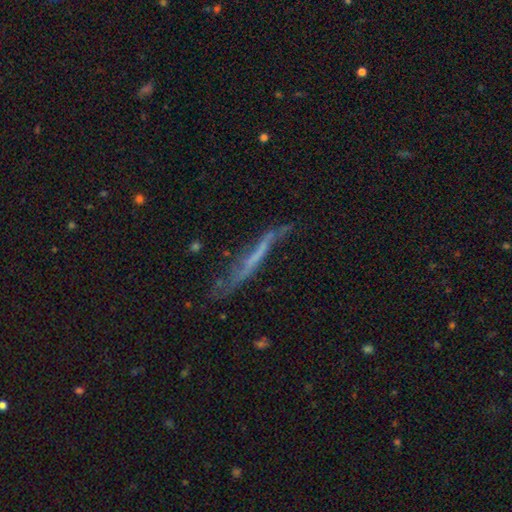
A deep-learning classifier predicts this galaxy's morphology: A featured or disk galaxy (59%) viewed edge-on (73%). Merging: none (54%).